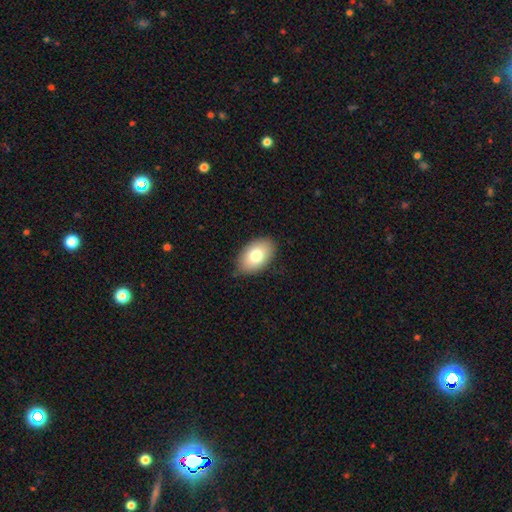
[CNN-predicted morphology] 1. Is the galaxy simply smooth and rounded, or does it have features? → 78% smooth, 15% featured or disk, 8% star or artifact.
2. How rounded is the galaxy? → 90% in between, 8% round, 1% cigar-shaped.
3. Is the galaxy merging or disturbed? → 83% none, 13% minor disturbance, 2% major disturbance, 1% merger.